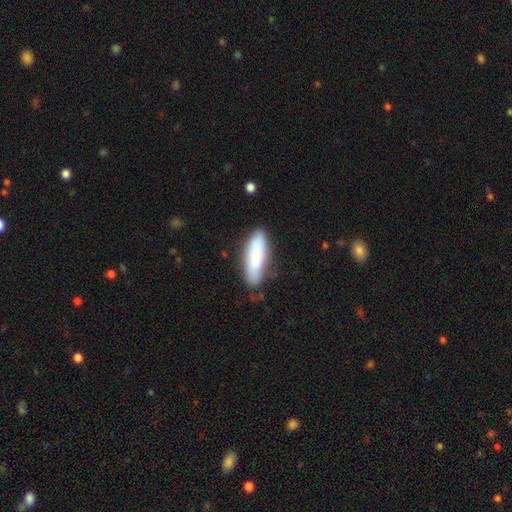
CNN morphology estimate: type=smooth (83%); roundness=cigar-shaped (50%); merging=none (76%).